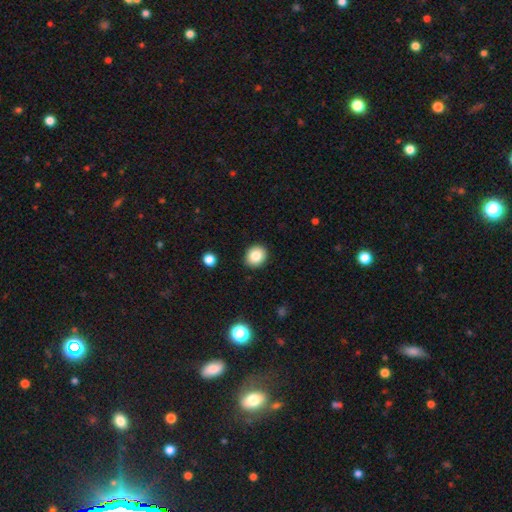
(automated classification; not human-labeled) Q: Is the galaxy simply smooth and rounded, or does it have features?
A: smooth — 84%.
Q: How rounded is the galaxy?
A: round — 77%.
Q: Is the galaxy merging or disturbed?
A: none — 90%.